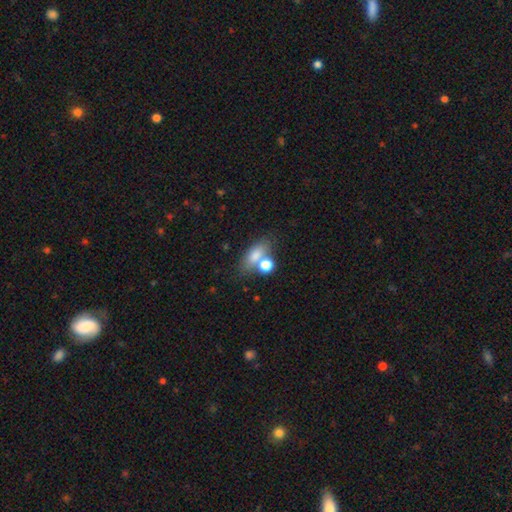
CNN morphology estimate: smooth 75%, featured or disk 14%, star or artifact 11%. Down the decision tree: how rounded — in between (70%); merging — none (51%).